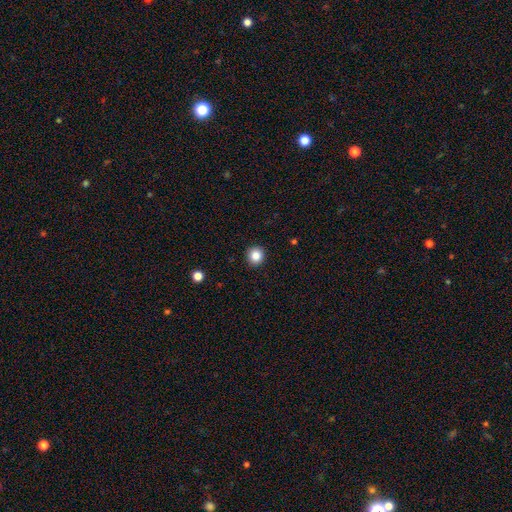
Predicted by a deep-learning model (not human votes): A smooth galaxy with no disk features (85%) that is round (92%).

Vote fractions:
- Smooth or featured? smooth: 85% / star or artifact: 10% / featured or disk: 5%
- How rounded? round: 92% / in between: 7% / cigar-shaped: 1%
- Merging? none: 93% / minor disturbance: 5% / major disturbance: 2% / merger: 1%